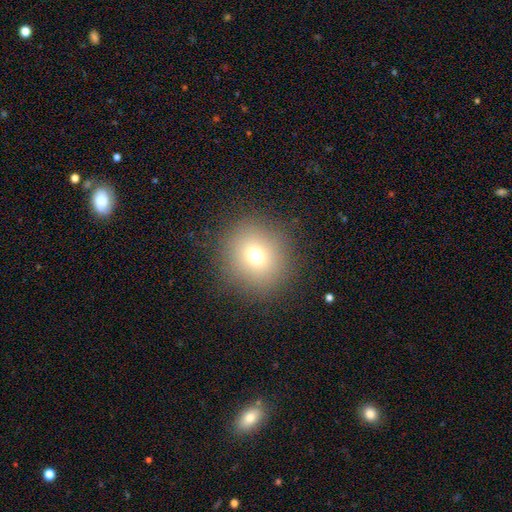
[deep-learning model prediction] smooth-or-featured: smooth: 71% | star or artifact: 17% | featured or disk: 12%
  how-rounded: round: 92% | in between: 7% | cigar-shaped: 1%
  merging: none: 89% | minor disturbance: 6% | major disturbance: 3% | merger: 1%